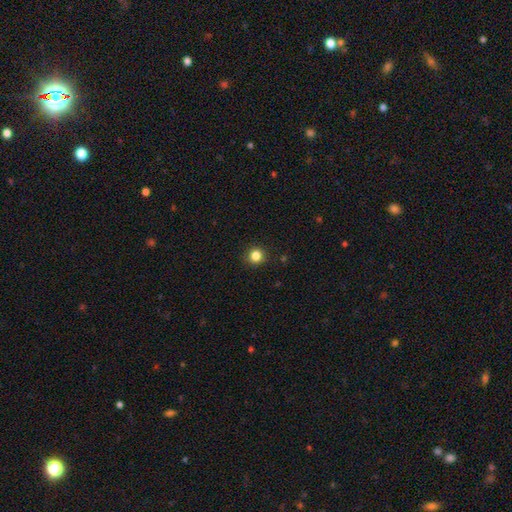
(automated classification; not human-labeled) A smooth galaxy with no disk features (83%) that is round (93%). Merging: none (92%).